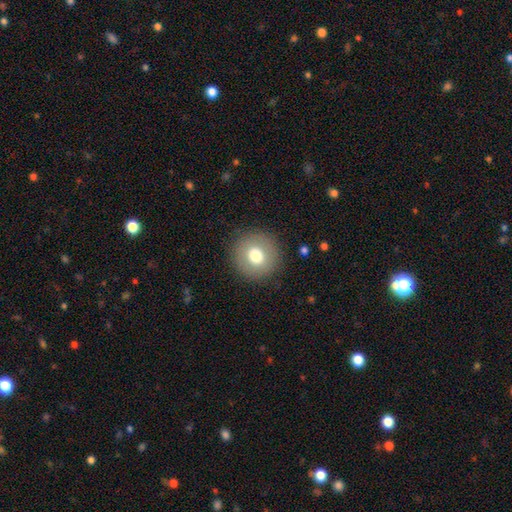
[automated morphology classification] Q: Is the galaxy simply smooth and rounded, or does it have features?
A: smooth — 73%.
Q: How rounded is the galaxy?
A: round — 94%.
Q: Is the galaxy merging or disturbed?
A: none — 90%.